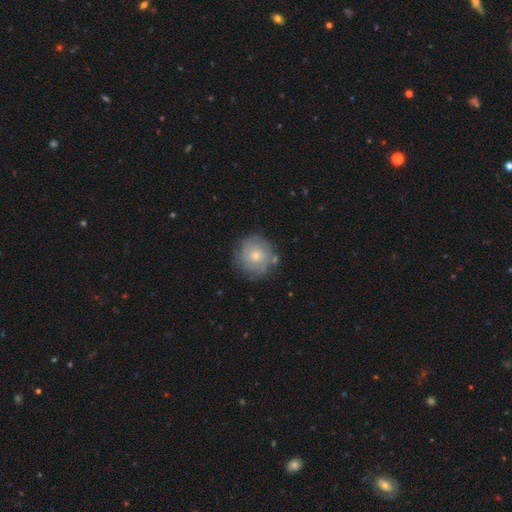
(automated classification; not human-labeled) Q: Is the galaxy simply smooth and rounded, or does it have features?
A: featured or disk — 57%.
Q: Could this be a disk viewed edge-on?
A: no — 98%.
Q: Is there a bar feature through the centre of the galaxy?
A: no — 84%.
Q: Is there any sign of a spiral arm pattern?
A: yes — 80%.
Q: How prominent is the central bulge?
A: small — 55%.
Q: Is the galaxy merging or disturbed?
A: none — 77%.